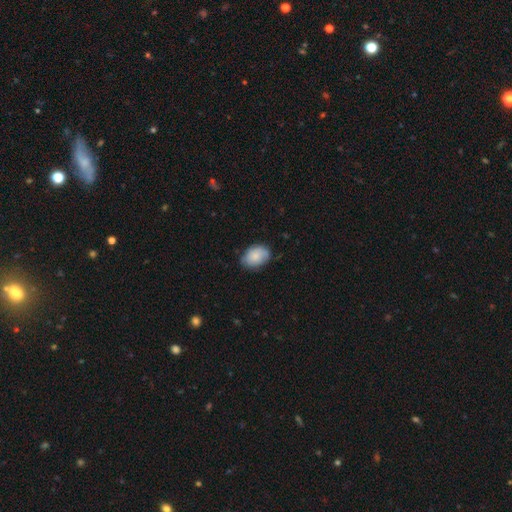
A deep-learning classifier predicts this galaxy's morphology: The model was most divided on "merging": none: 73%, minor disturbance: 22%, major disturbance: 4%, merger: 1%. More confident: how rounded — in between (81%); smooth or featured — smooth (80%).